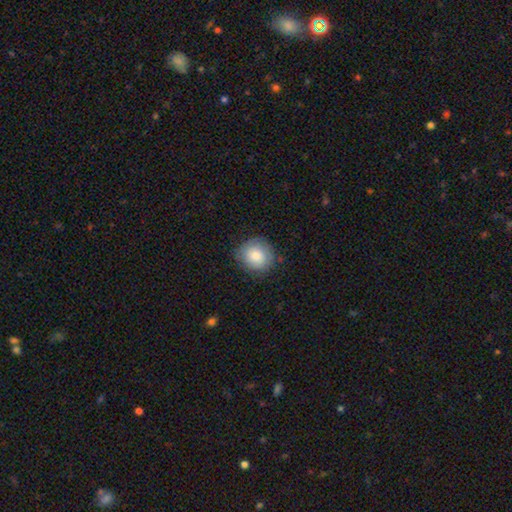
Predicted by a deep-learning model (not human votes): smooth-or-featured: smooth: 78% | featured or disk: 14% | star or artifact: 8%
  how-rounded: round: 87% | in between: 12% | cigar-shaped: 1%
  merging: none: 80% | minor disturbance: 15% | major disturbance: 4% | merger: 1%